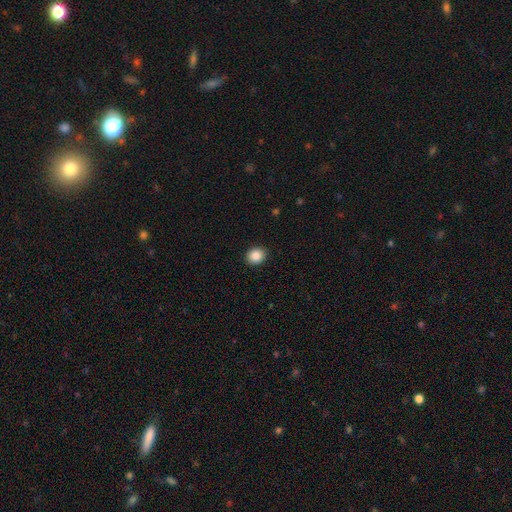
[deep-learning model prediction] This is clearly a smooth galaxy (88%). How rounded: likely round (63%). Merging: clearly none (90%).